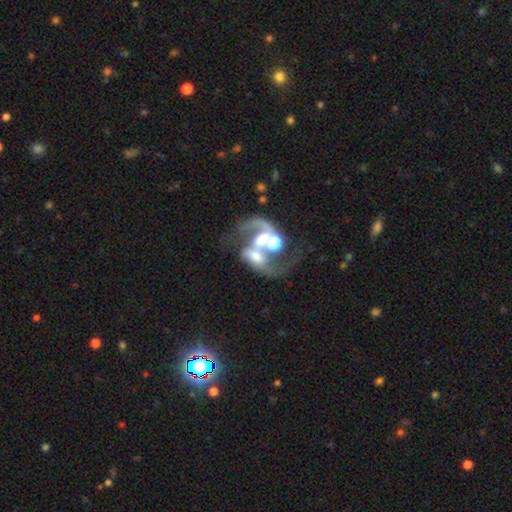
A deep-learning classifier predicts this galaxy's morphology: type=featured or disk (64%); edge-on=no (97%); bar=no (62%); spiral arms=yes (71%); bulge=moderate (41%); merging=merger (68%).